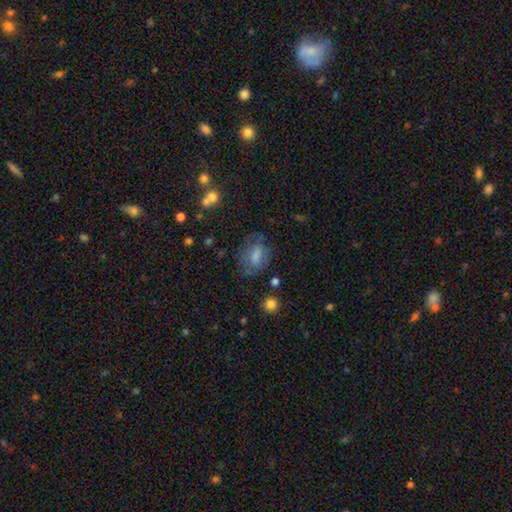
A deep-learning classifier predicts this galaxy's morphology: A smooth galaxy with no disk features (70%) that is in between round and cigar-shaped (72%). Merging: none (57%).